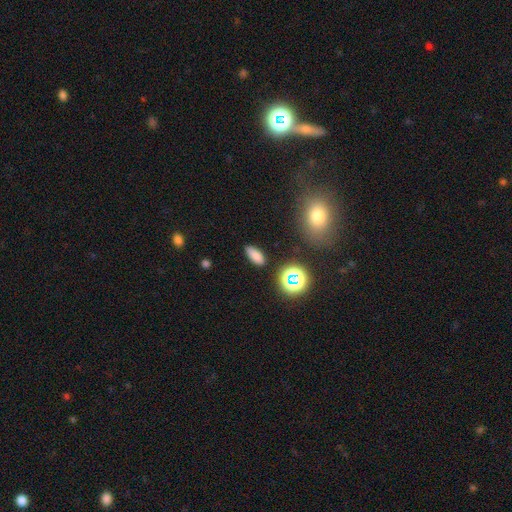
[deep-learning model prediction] Smooth or featured? Predicted: smooth (p=0.78). How rounded? Predicted: in between (p=0.78). Merging? Predicted: none (p=0.86).